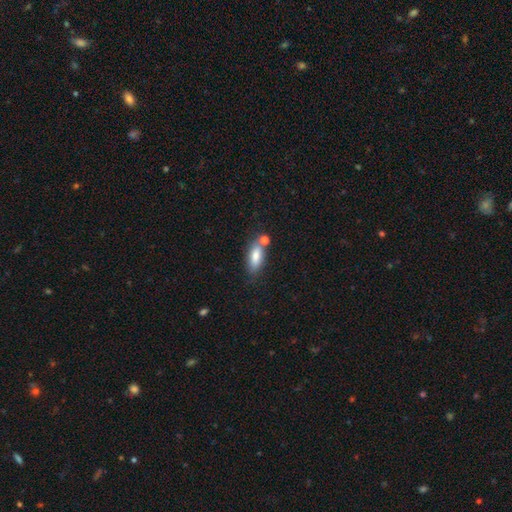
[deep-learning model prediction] Morphology: type=smooth (80%); roundness=in between (77%); merging=none (62%).